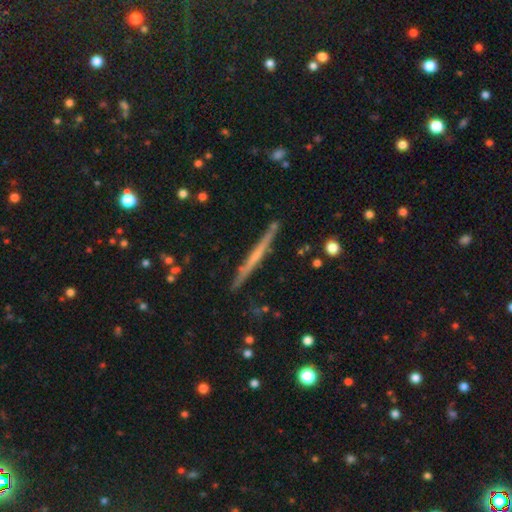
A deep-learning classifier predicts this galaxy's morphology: This appears to be a featured or disk galaxy (59%) viewed edge-on (98%) with no central bulge (80%). Merging: none (89%).